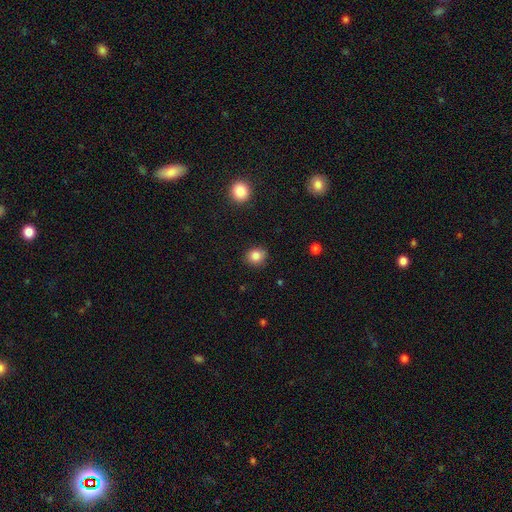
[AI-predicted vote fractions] Smooth or featured? Predicted: smooth (p=0.84). How rounded? Predicted: round (p=0.78). Merging? Predicted: none (p=0.85).